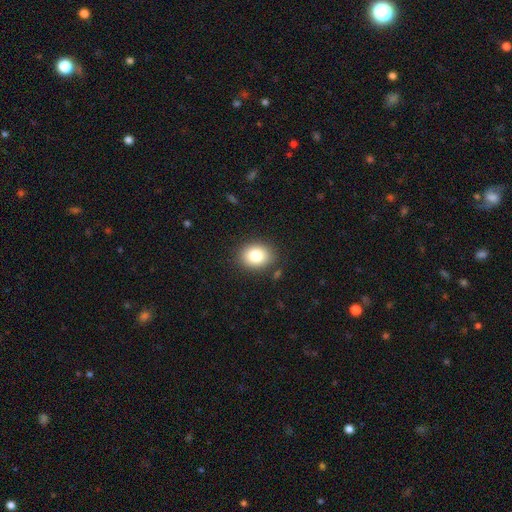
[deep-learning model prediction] Smooth or featured? Predicted: smooth (p=0.81). How rounded? Predicted: round (p=0.51). Merging? Predicted: none (p=0.86).